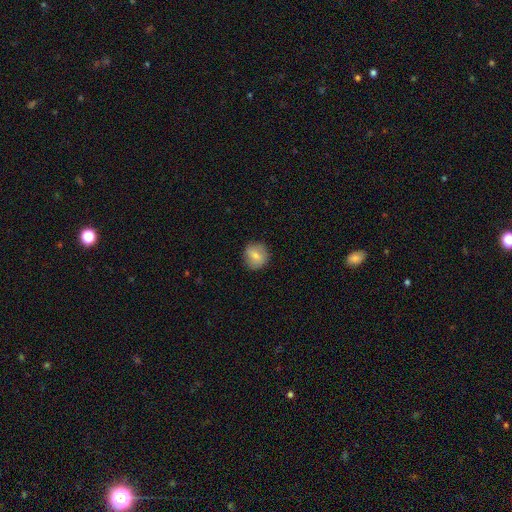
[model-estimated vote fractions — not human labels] smooth_or_featured: smooth (p=0.70) [alt: featured or disk p=0.22]
how_rounded: round (p=0.85) [alt: in between p=0.14]
merging: none (p=0.84) [alt: minor disturbance p=0.12]